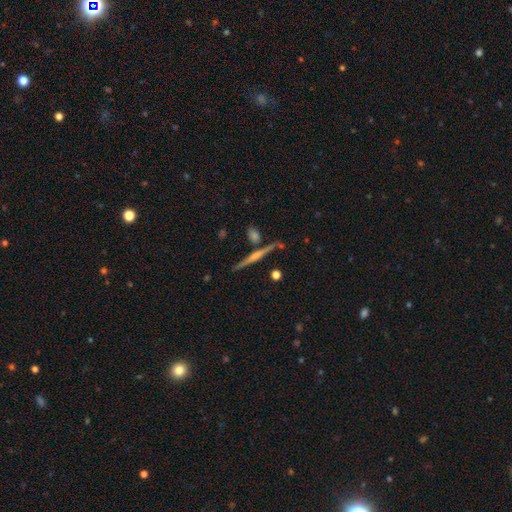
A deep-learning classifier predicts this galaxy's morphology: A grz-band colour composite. It shows a featured or disk galaxy (68%) viewed edge-on (97%) with a rounded central bulge (56%). Merging: none (81%).